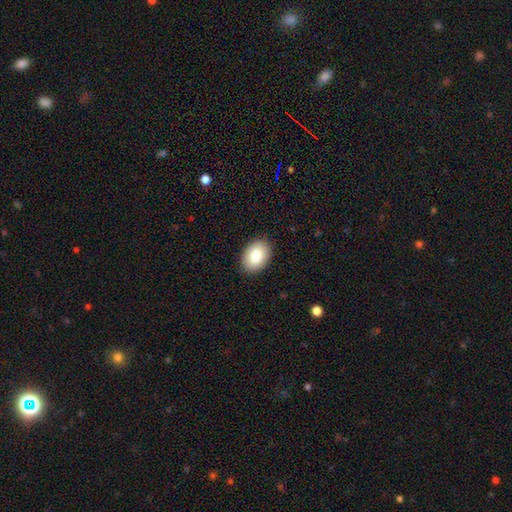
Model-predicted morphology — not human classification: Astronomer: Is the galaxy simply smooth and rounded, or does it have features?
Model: smooth — 85%.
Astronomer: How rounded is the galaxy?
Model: in between — 84%.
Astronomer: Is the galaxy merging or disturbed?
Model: none — 89%.